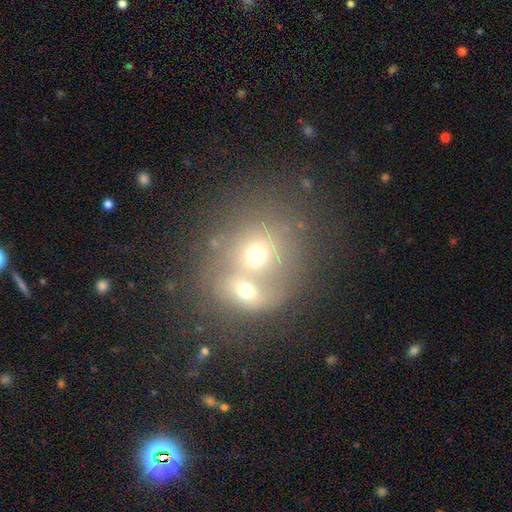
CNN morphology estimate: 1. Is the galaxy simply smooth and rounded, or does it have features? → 60% smooth, 25% featured or disk, 15% star or artifact.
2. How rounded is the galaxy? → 72% round, 27% in between, 1% cigar-shaped.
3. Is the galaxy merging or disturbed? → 67% merger, 22% none, 6% minor disturbance, 5% major disturbance.